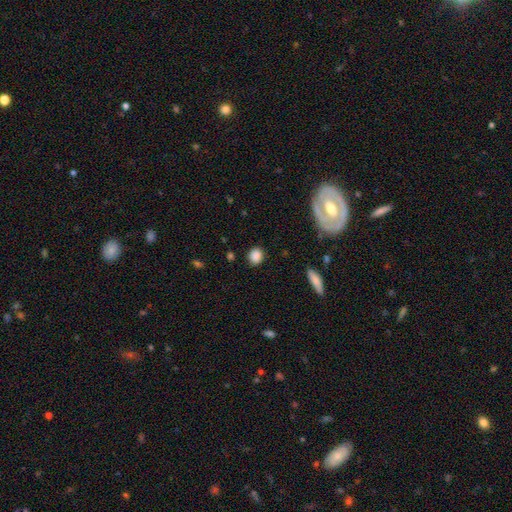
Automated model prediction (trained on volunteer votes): Smooth or featured?
  - smooth: 86% *
  - star or artifact: 9%
  - featured or disk: 5%
How rounded?
  - round: 71% *
  - in between: 27%
  - cigar-shaped: 2%
Merging?
  - none: 86% *
  - minor disturbance: 10%
  - major disturbance: 3%
  - merger: 2%